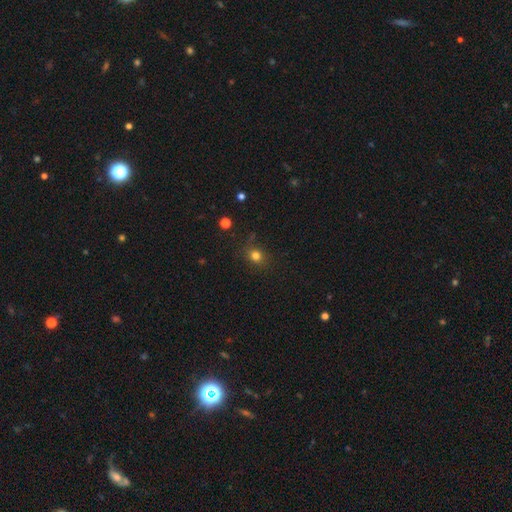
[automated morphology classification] The model was most divided on "how rounded": round: 68%, in between: 31%, cigar-shaped: 1%. More confident: merging — none (79%); smooth or featured — smooth (78%).